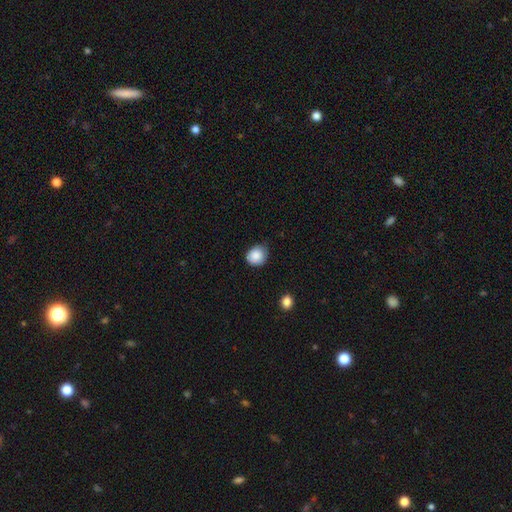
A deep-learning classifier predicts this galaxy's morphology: This is clearly a smooth galaxy (87%). How rounded: likely round (74%). Merging: likely none (68%).